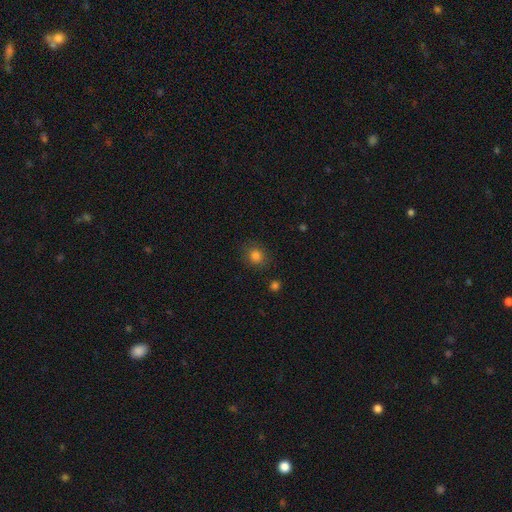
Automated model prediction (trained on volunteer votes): Overall: smooth (82%). How rounded: round (80%). Merging: none (83%).